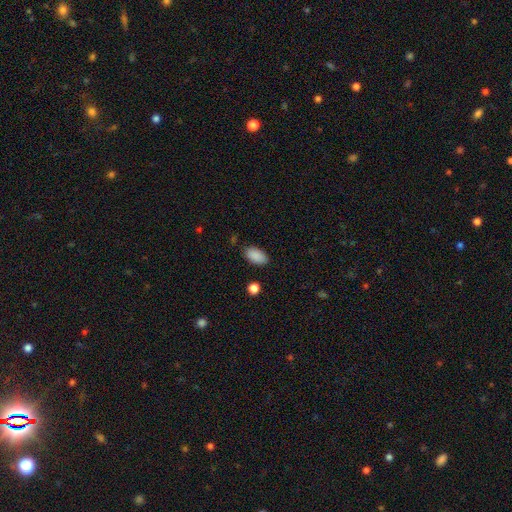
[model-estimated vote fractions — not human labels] Overall: smooth (89%). How rounded: in between (94%). Merging: none (85%).